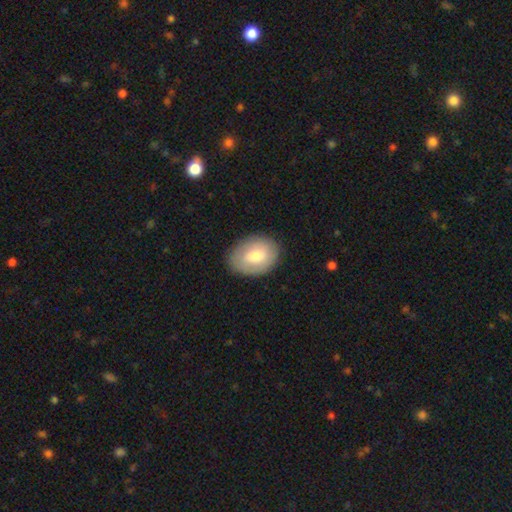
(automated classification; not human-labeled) This appears to be a smooth galaxy with no disk features (66%) that is in between round and cigar-shaped (78%). Merging: none (84%).